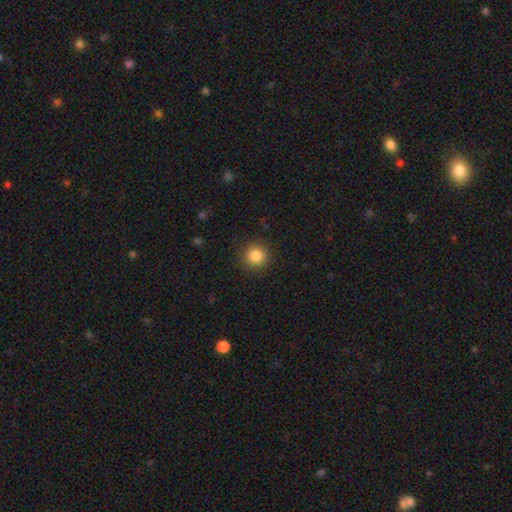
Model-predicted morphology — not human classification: The model was most divided on "smooth or featured": smooth: 85%, star or artifact: 11%, featured or disk: 4%. More confident: how rounded — round (94%); merging — none (90%).